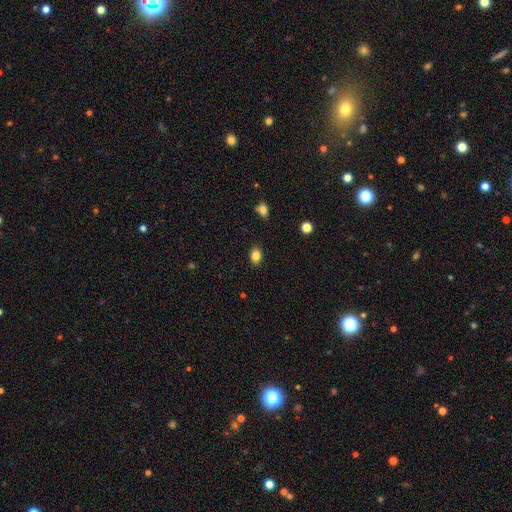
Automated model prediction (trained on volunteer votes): Smooth or featured? smooth (85%)
How rounded? in between (72%)
Merging? none (88%)